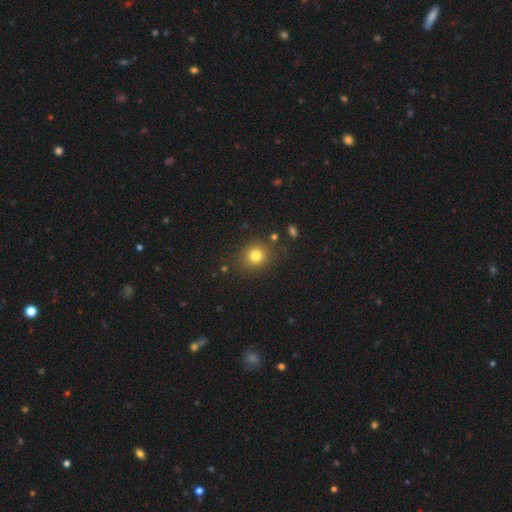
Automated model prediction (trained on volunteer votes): smooth 79%, star or artifact 14%, featured or disk 8%. Down the decision tree: how rounded — round (80%); merging — none (84%).